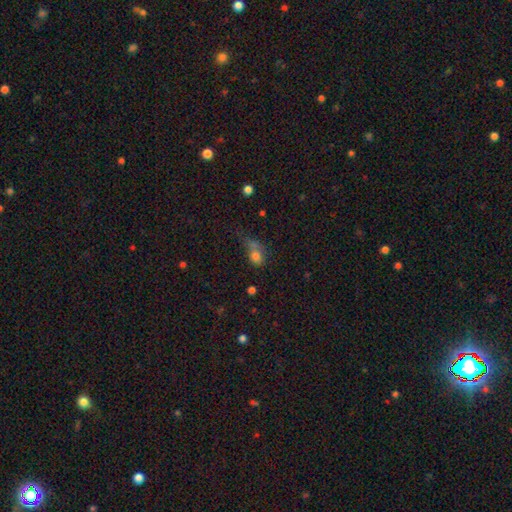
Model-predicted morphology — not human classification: Smooth or featured? Predicted: smooth (p=0.73). How rounded? Predicted: round (p=0.52). Merging? Predicted: none (p=0.30).